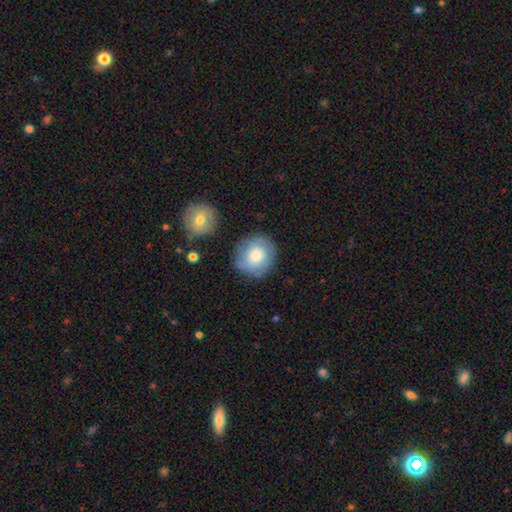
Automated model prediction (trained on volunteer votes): smooth_or_featured: smooth (p=0.73) [alt: featured or disk p=0.20]
how_rounded: round (p=0.88) [alt: in between p=0.11]
merging: none (p=0.77) [alt: minor disturbance p=0.15]